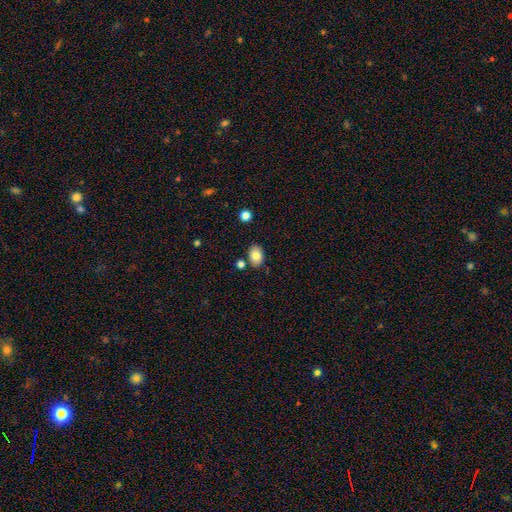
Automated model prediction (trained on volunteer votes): This appears to be a smooth galaxy with no disk features (82%) that is in between round and cigar-shaped (82%). Merging: none (80%).